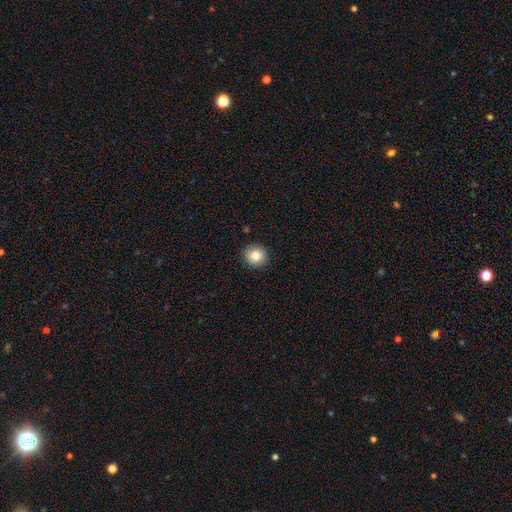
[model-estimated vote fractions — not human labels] Q: Smooth or featured?
A: smooth (82%); runner-up: star or artifact (9%)
Q: How rounded?
A: round (88%); runner-up: in between (11%)
Q: Merging?
A: none (90%); runner-up: minor disturbance (7%)